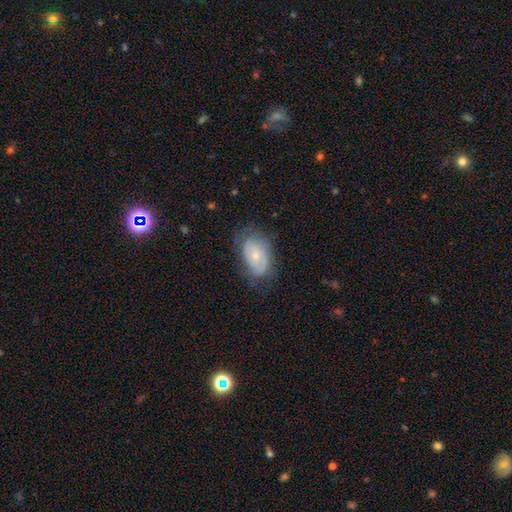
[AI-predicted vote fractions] smooth_or_featured: featured or disk (p=0.48) [alt: smooth p=0.45]
merging: none (p=0.62) [alt: minor disturbance p=0.26]